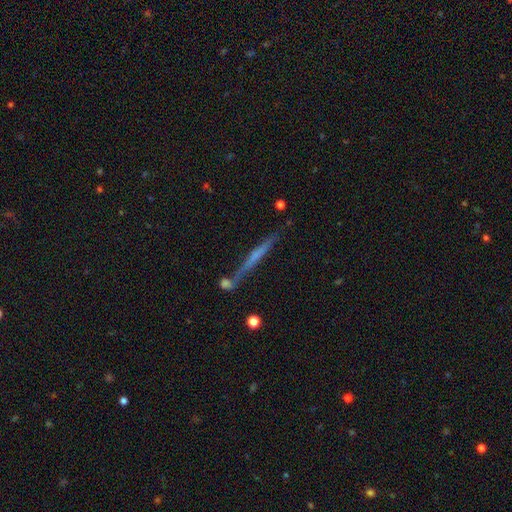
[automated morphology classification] Smooth or featured? featured or disk (58%)
Edge-on disk? yes (96%)
Edge-on bulge? none (65%)
Merging? none (72%)